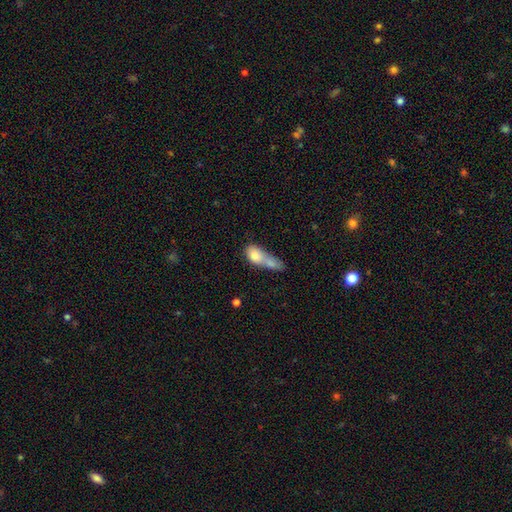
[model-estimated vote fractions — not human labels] A smooth galaxy with no disk features (74%) that is in between round and cigar-shaped (68%). Merging: merger (70%).